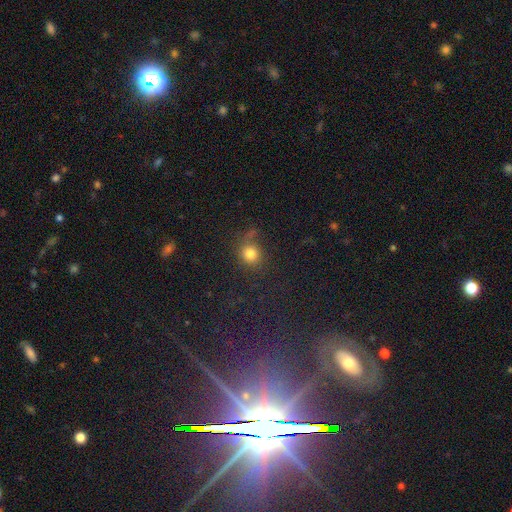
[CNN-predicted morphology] smooth 59%, star or artifact 29%, featured or disk 12%. Down the decision tree: how rounded — round (83%); merging — none (71%).